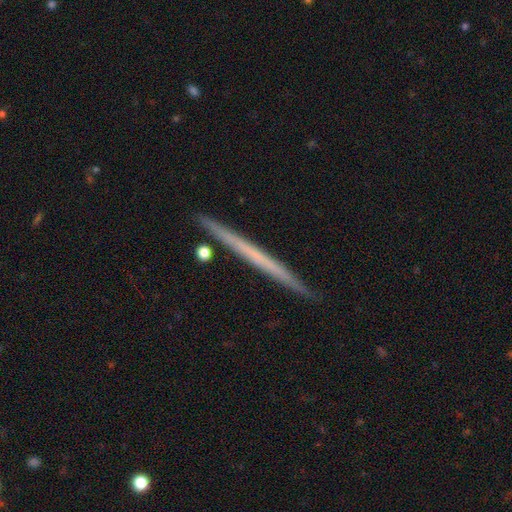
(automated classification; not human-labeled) Smooth or featured?
  - featured or disk: 55% *
  - smooth: 39%
  - star or artifact: 6%
Edge-on disk?
  - yes: 97% *
  - no: 3%
Edge-on bulge?
  - none: 92% *
  - rounded: 5%
  - boxy: 2%
Merging?
  - none: 90% *
  - minor disturbance: 7%
  - merger: 2%
  - major disturbance: 1%